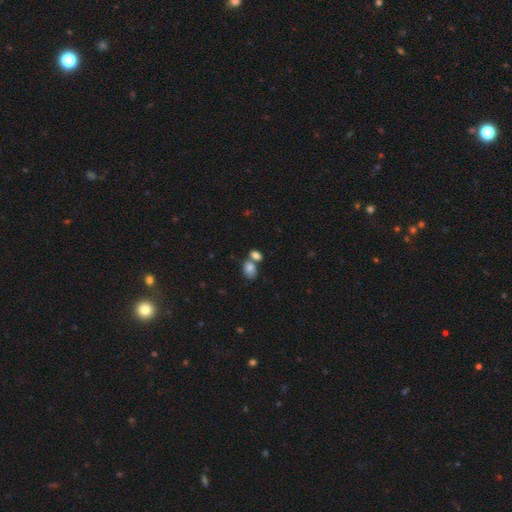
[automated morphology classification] A smooth galaxy with no disk features (82%) that is in between round and cigar-shaped (79%).

Vote fractions:
- Smooth or featured? smooth: 82% / star or artifact: 9% / featured or disk: 9%
- How rounded? in between: 79% / round: 19% / cigar-shaped: 2%
- Merging? merger: 50% / none: 37% / minor disturbance: 10% / major disturbance: 4%